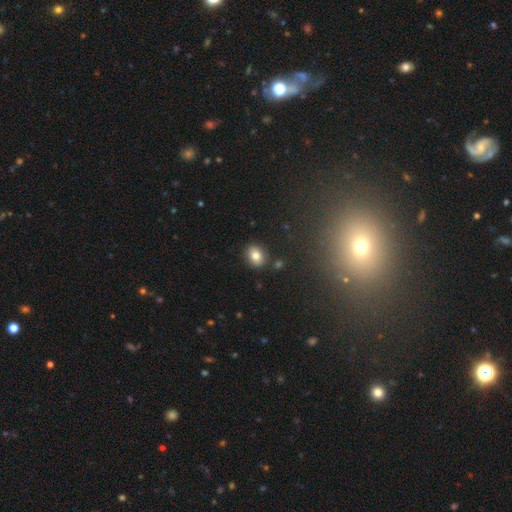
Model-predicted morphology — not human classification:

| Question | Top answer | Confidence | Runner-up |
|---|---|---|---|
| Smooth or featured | smooth | 80% | star or artifact (10%) |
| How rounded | in between | 57% | round (42%) |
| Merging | none | 85% | minor disturbance (9%) |